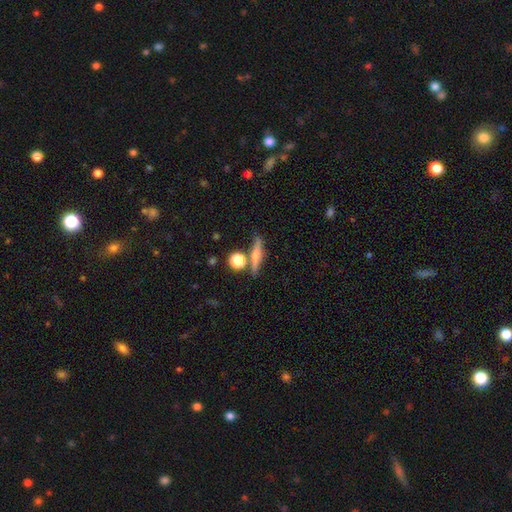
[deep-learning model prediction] smooth_or_featured: smooth (p=0.49) [alt: featured or disk p=0.41]
merging: none (p=0.74) [alt: minor disturbance p=0.11]